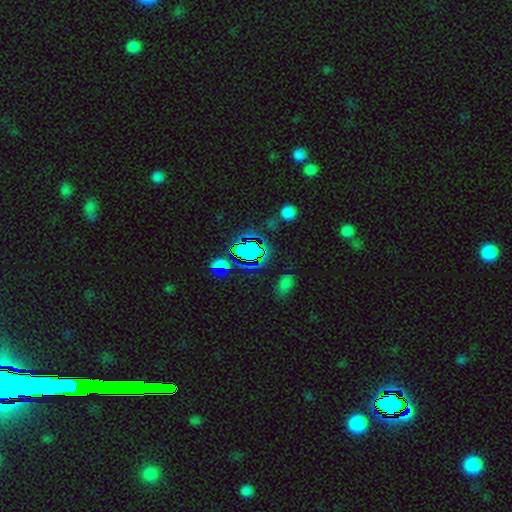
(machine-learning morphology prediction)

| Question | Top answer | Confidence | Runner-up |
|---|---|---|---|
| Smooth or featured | star or artifact | 63% | smooth (24%) |